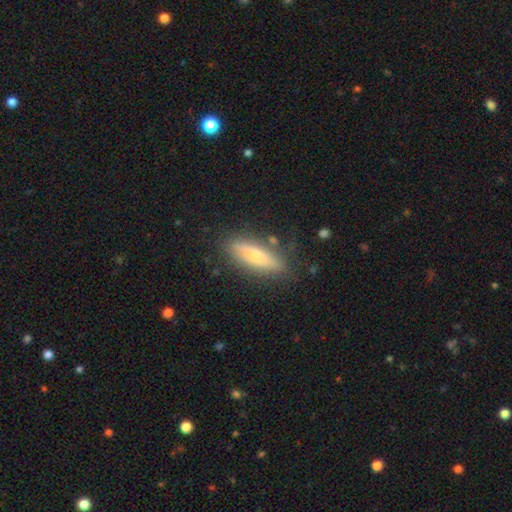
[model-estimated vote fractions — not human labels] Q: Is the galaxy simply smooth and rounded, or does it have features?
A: smooth — 57%.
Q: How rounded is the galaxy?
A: cigar-shaped — 62%.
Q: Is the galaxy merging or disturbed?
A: none — 80%.